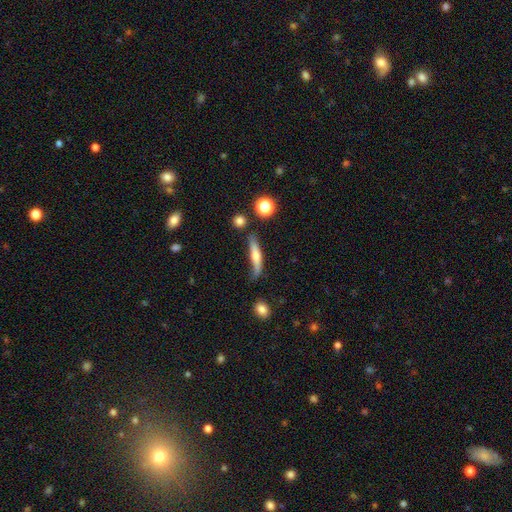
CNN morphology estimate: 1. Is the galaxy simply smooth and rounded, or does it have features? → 48% featured or disk, 45% smooth, 7% star or artifact.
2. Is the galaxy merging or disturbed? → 55% none, 28% minor disturbance, 10% major disturbance, 7% merger.